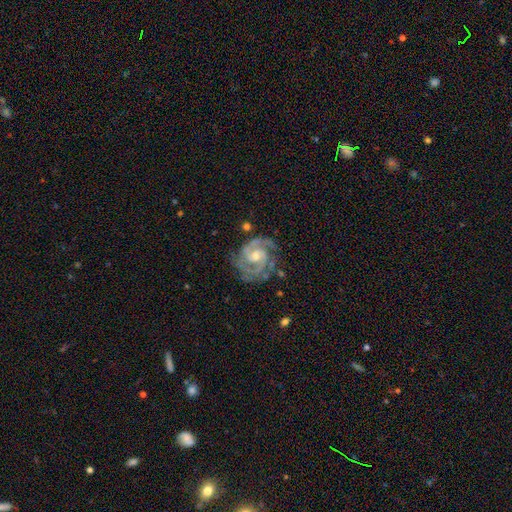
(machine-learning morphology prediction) Smooth or featured? Predicted: featured or disk (p=0.92). Edge-on disk? Predicted: no (p=0.98). Bar? Predicted: no (p=0.48). Spiral arms? Predicted: yes (p=0.99). Spiral winding? Predicted: tight (p=0.60). Spiral arm count? Predicted: 2 (p=0.79). Bulge size? Predicted: moderate (p=0.51). Merging? Predicted: none (p=0.75).